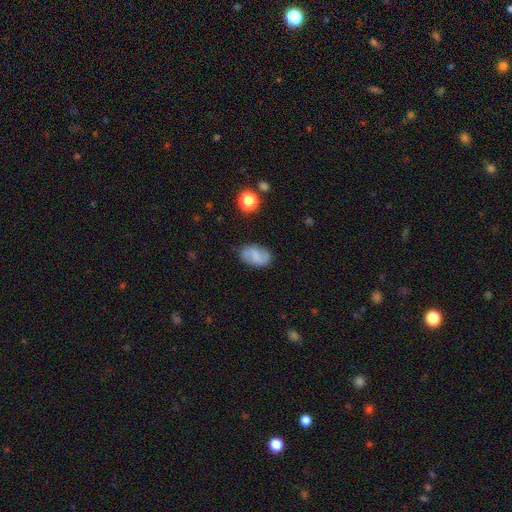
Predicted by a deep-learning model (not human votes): smooth 49%, featured or disk 41%, star or artifact 9%. Down the decision tree: merging — none (77%).